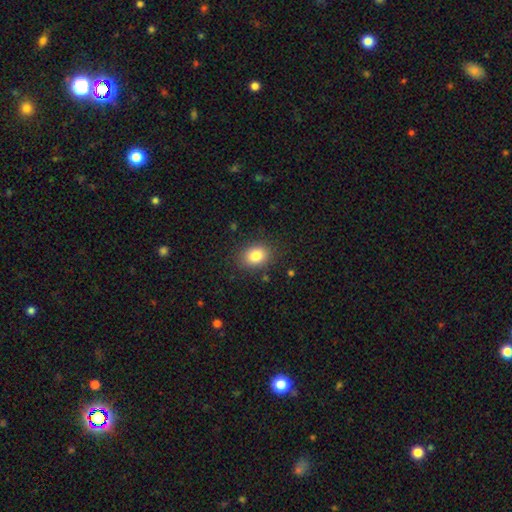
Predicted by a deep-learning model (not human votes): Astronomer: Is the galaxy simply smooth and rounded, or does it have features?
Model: smooth — 84%.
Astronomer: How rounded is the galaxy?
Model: in between — 61% (runner-up: round, 38%).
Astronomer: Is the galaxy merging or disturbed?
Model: none — 85%.